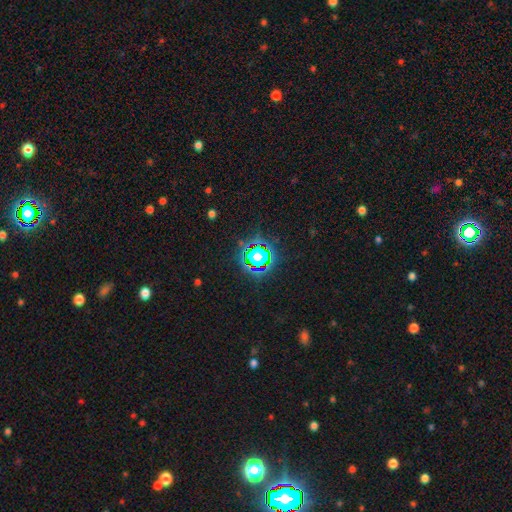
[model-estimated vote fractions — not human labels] The model was most divided on "smooth or featured": star or artifact: 60%, smooth: 29%, featured or disk: 12%.